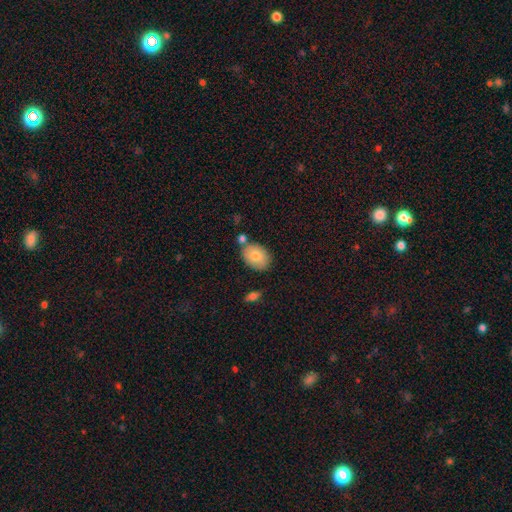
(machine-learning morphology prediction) This is clearly a smooth galaxy (80%). How rounded: likely in between (78%). Merging: likely none (71%).